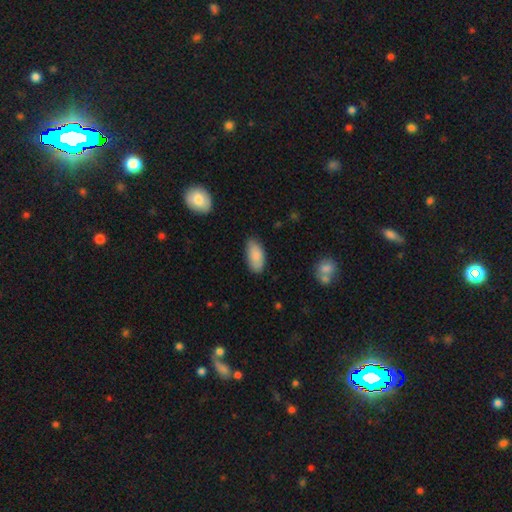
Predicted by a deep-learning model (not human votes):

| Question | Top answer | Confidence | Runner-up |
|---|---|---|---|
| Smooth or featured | smooth | 85% | featured or disk (9%) |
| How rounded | in between | 92% | cigar-shaped (6%) |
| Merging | none | 76% | minor disturbance (19%) |